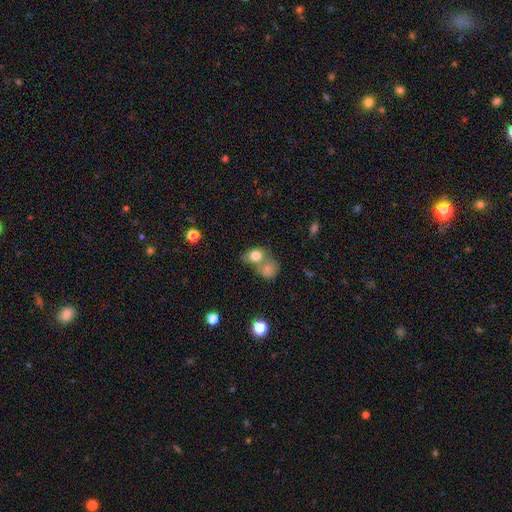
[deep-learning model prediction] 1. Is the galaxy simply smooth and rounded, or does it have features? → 78% smooth, 12% featured or disk, 10% star or artifact.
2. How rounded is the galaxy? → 54% in between, 45% round, 2% cigar-shaped.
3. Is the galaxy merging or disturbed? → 51% merger, 31% none, 11% minor disturbance, 7% major disturbance.